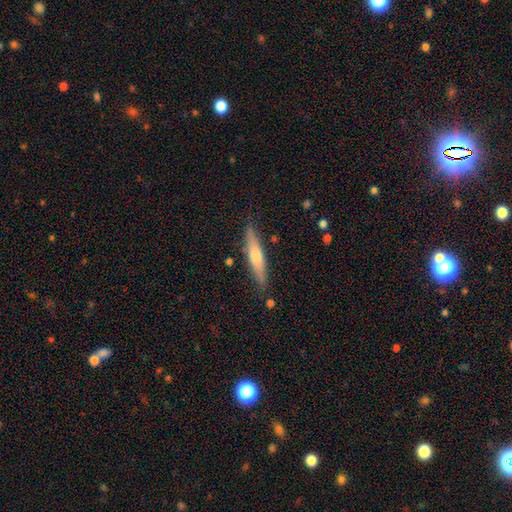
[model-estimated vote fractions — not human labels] smooth 51%, featured or disk 43%, star or artifact 6%. Down the decision tree: how rounded — cigar-shaped (88%); merging — none (84%).